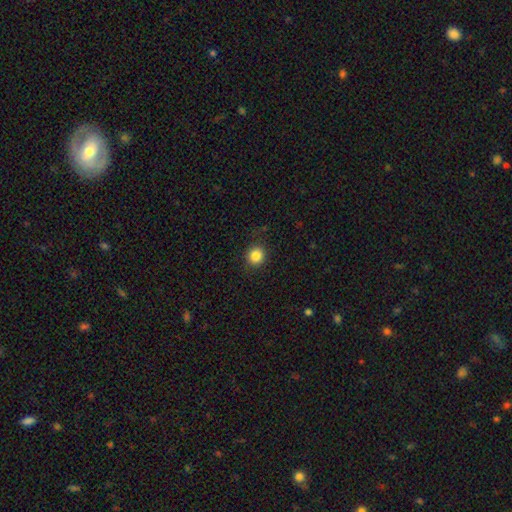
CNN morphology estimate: The model was most divided on "smooth or featured": smooth: 85%, star or artifact: 10%, featured or disk: 4%. More confident: merging — none (89%); how rounded — round (87%).